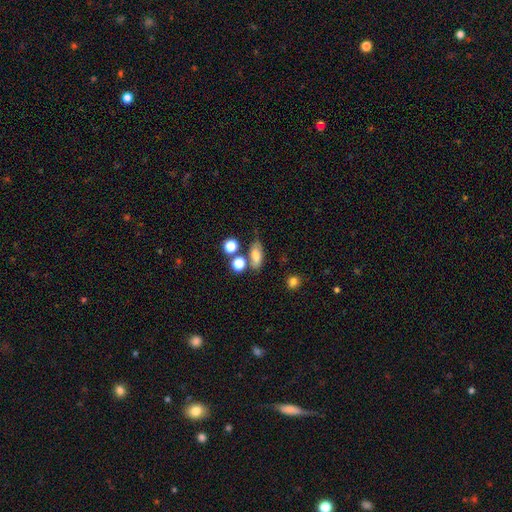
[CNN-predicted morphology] Smooth or featured? Predicted: smooth (p=0.75). How rounded? Predicted: in between (p=0.74). Merging? Predicted: none (p=0.58).